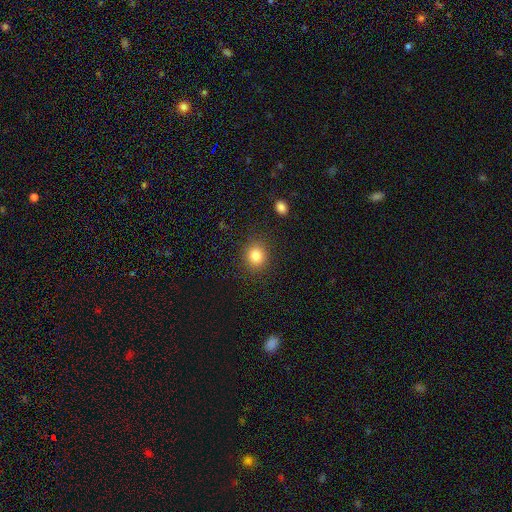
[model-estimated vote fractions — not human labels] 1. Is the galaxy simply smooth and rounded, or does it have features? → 83% smooth, 11% star or artifact, 6% featured or disk.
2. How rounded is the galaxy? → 79% round, 20% in between, 1% cigar-shaped.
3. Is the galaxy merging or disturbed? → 88% none, 8% minor disturbance, 3% major disturbance, 2% merger.